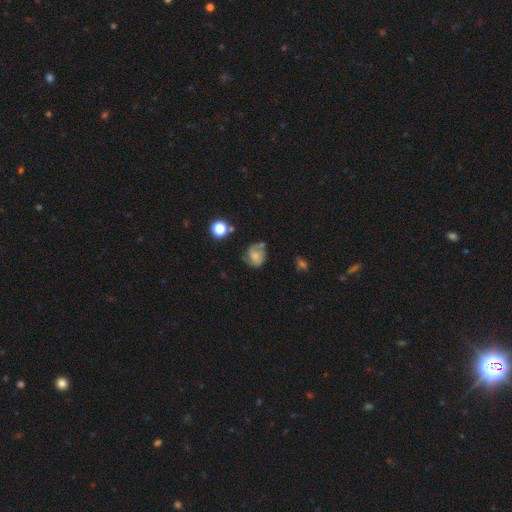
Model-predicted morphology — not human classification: Q: Smooth or featured?
A: featured or disk (51%); runner-up: smooth (39%)
Q: Edge-on disk?
A: no (97%); runner-up: yes (3%)
Q: Merging?
A: none (56%); runner-up: minor disturbance (26%)